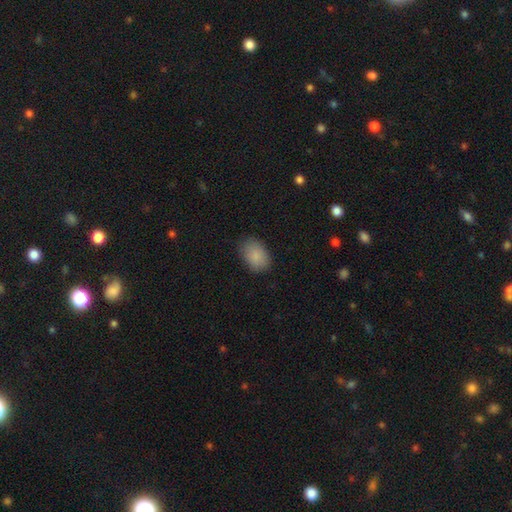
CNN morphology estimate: A smooth galaxy with no disk features (88%) that is in between round and cigar-shaped (82%).

Vote fractions:
- Smooth or featured? smooth: 88% / star or artifact: 7% / featured or disk: 5%
- How rounded? in between: 82% / round: 16% / cigar-shaped: 1%
- Merging? none: 81% / minor disturbance: 15% / major disturbance: 3% / merger: 1%